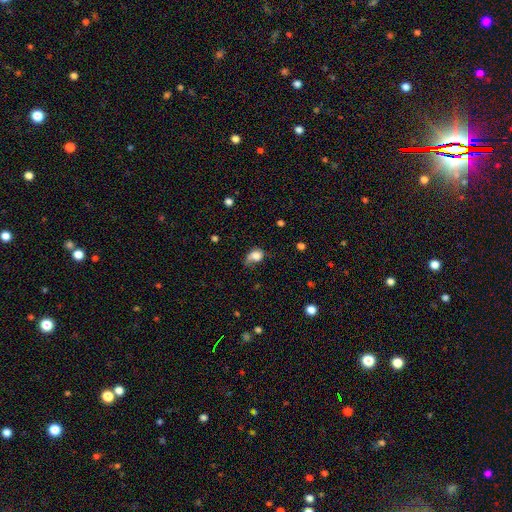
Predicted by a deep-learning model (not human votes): smooth 73%, featured or disk 17%, star or artifact 10%. Down the decision tree: how rounded — in between (59%); merging — minor disturbance (36%).